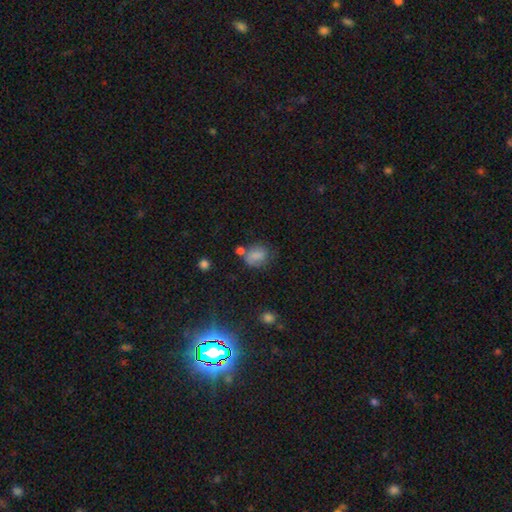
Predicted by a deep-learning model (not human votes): This is likely a smooth galaxy (74%). How rounded: possibly in between (58%). Merging: possibly none (49%).